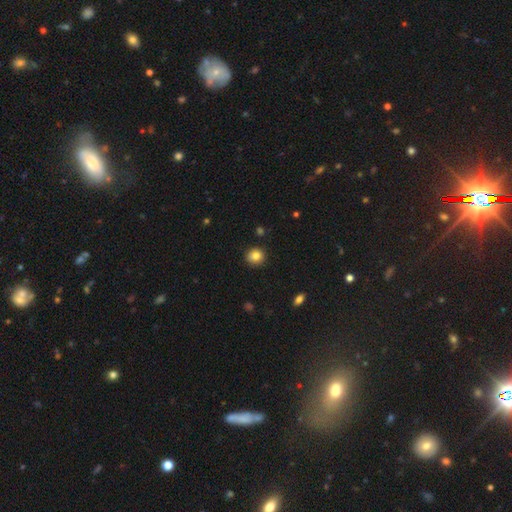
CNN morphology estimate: Smooth or featured? smooth (83%)
How rounded? round (89%)
Merging? none (90%)